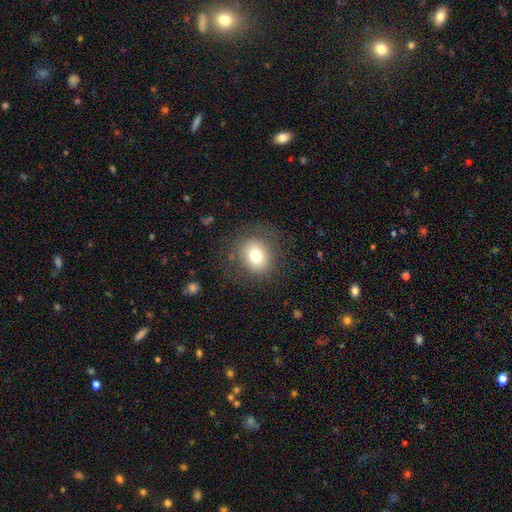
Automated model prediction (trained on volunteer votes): This is likely a smooth galaxy (73%). How rounded: likely round (69%). Merging: likely none (78%).